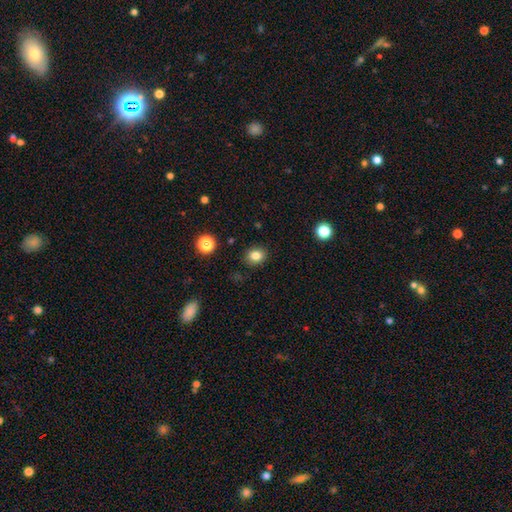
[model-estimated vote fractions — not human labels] The model was most divided on "how rounded": round: 67%, in between: 33%, cigar-shaped: 1%. More confident: merging — none (88%); smooth or featured — smooth (82%).